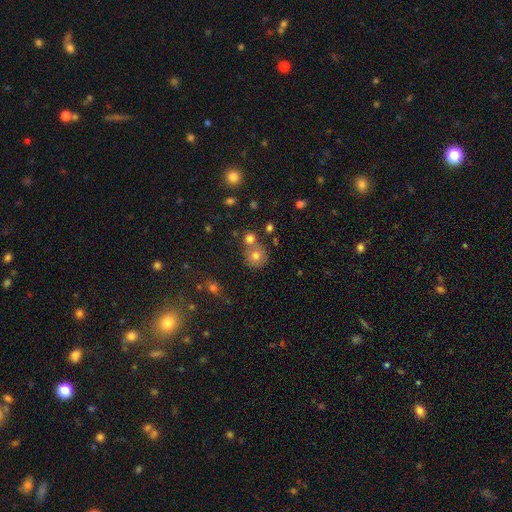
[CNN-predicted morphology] smooth 74%, star or artifact 14%, featured or disk 11%. Down the decision tree: how rounded — round (89%); merging — none (57%).